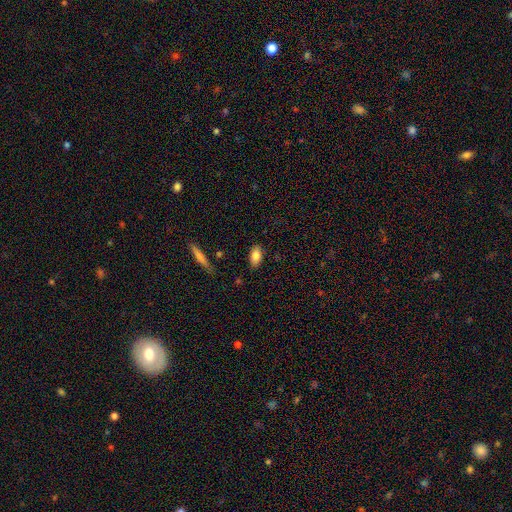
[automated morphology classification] Overall: smooth (83%). How rounded: in between (90%). Merging: none (85%).